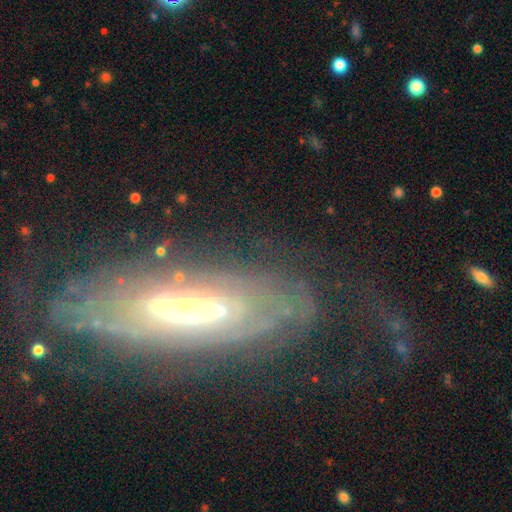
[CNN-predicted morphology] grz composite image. It shows a featured or disk galaxy (79%) with no bar (37%), spiral arms (77%) and a moderate central bulge (48%). Merging: none (61%).